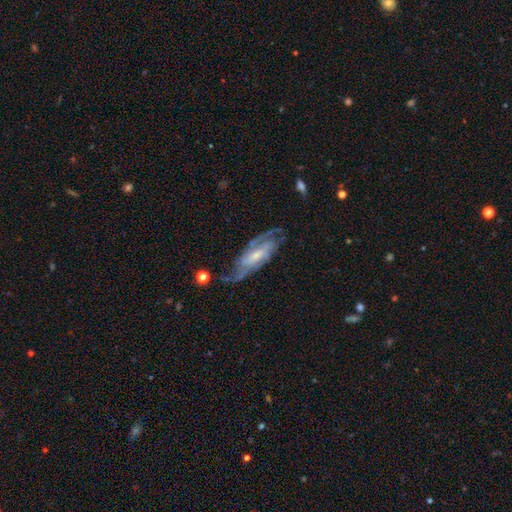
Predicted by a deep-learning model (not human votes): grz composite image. It shows a featured or disk galaxy (83%) with a weak bar (42%), 2 (51%) medium (47%) spiral arms (94%) and a small central bulge (49%). Merging: none (63%).